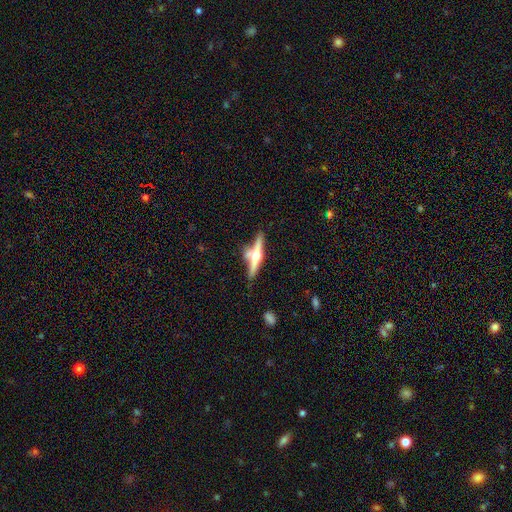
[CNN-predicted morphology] Q: Smooth or featured?
A: featured or disk (74%); runner-up: smooth (20%)
Q: Edge-on disk?
A: yes (97%); runner-up: no (3%)
Q: Edge-on bulge?
A: rounded (95%); runner-up: boxy (3%)
Q: Merging?
A: none (68%); runner-up: merger (15%)